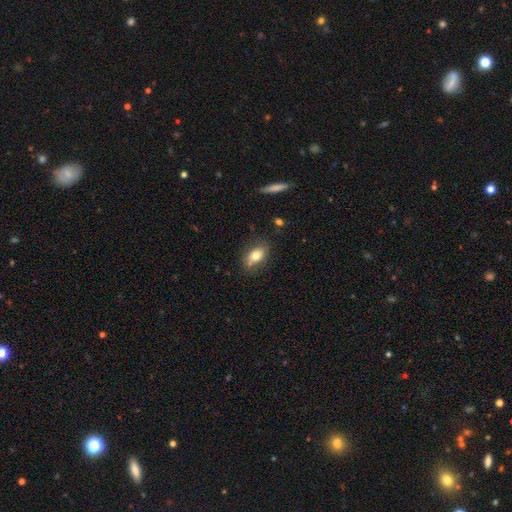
smooth-or-featured: smooth: 77% | featured or disk: 18% | star or artifact: 5%
  how-rounded: in between: 80% | round: 20% | cigar-shaped: 0%
  merging: none: 70% | merger: 14% | minor disturbance: 11% | major disturbance: 5%